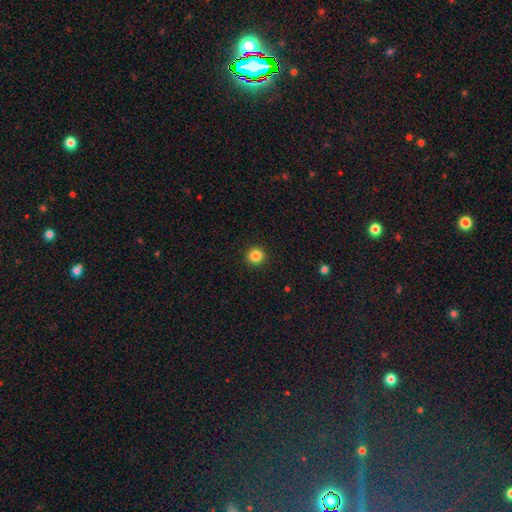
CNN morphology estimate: smooth 85%, star or artifact 11%, featured or disk 4%. Down the decision tree: how rounded — round (95%); merging — none (93%).